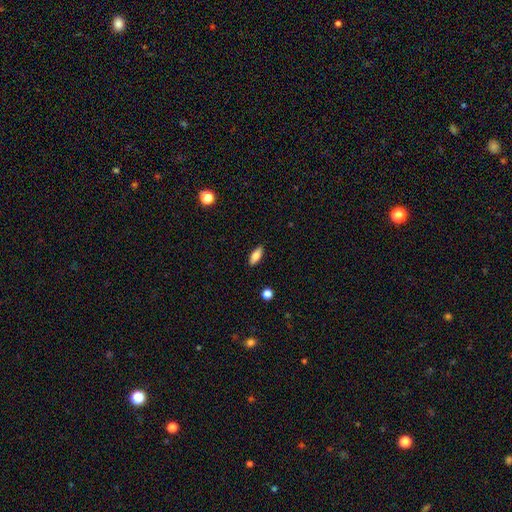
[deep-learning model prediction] A smooth galaxy with no disk features (79%) that is in between round and cigar-shaped (78%).

Vote fractions:
- Smooth or featured? smooth: 79% / featured or disk: 13% / star or artifact: 7%
- How rounded? in between: 78% / cigar-shaped: 19% / round: 3%
- Merging? none: 88% / minor disturbance: 9% / major disturbance: 2% / merger: 1%